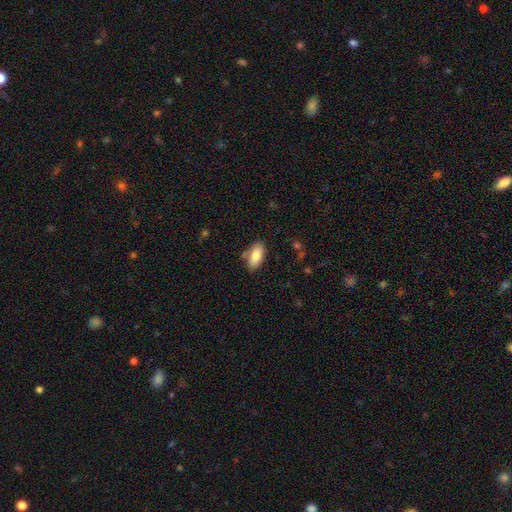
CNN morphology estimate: Smooth or featured?
  - smooth: 86% *
  - featured or disk: 8%
  - star or artifact: 7%
How rounded?
  - in between: 92% *
  - cigar-shaped: 6%
  - round: 2%
Merging?
  - none: 77% *
  - minor disturbance: 14%
  - merger: 5%
  - major disturbance: 3%